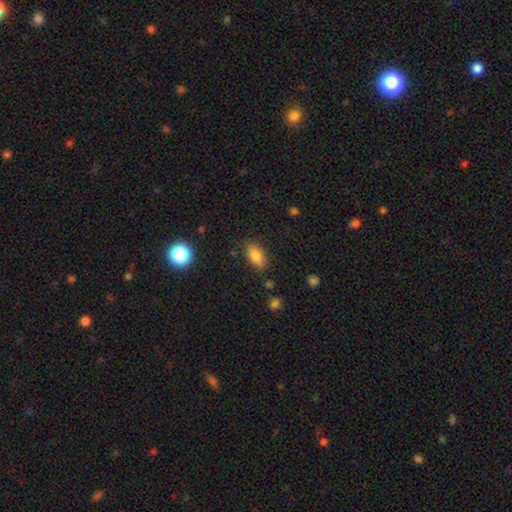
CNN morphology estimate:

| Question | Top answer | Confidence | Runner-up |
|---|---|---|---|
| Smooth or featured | smooth | 81% | featured or disk (10%) |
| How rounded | in between | 89% | round (6%) |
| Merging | none | 78% | minor disturbance (16%) |